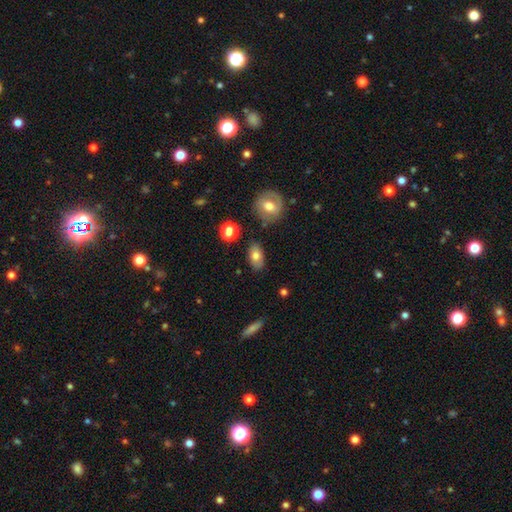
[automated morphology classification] A smooth galaxy with no disk features (75%) that is in between round and cigar-shaped (88%). Merging: none (81%).